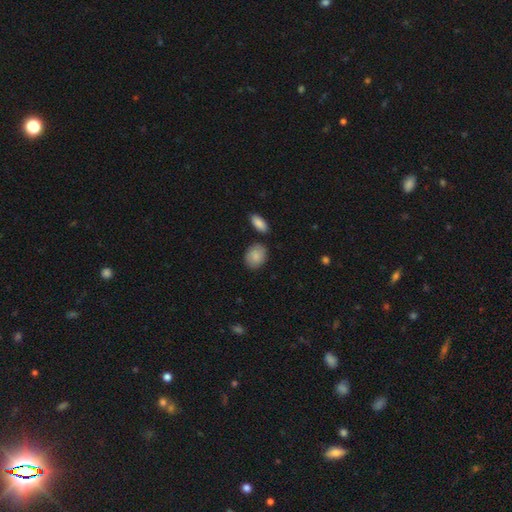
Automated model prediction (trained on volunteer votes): Q: Smooth or featured?
A: smooth (86%); runner-up: featured or disk (7%)
Q: How rounded?
A: in between (60%); runner-up: round (39%)
Q: Merging?
A: none (79%); runner-up: minor disturbance (13%)